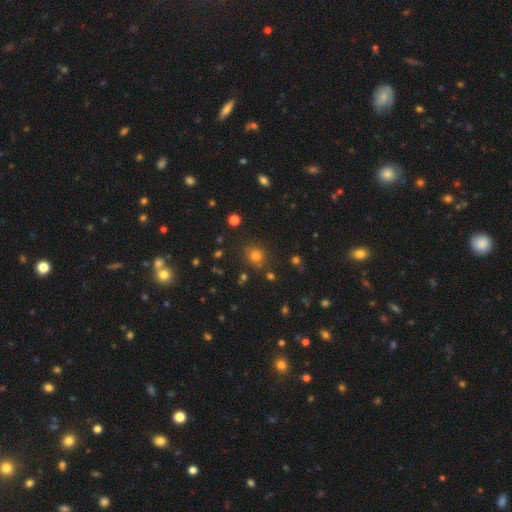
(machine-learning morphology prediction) This appears to be a smooth galaxy with no disk features (75%) that is round (82%). Merging: none (81%).